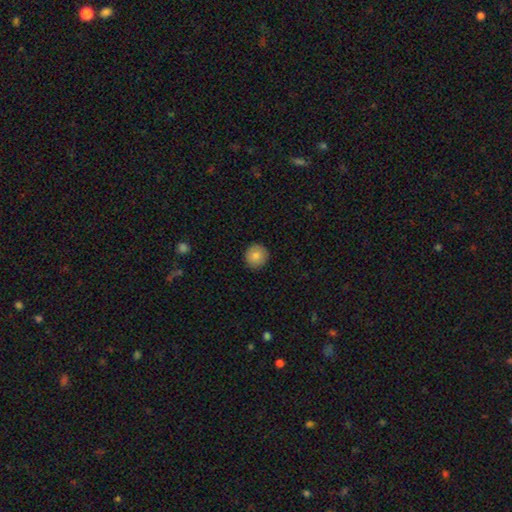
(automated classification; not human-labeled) This appears to be a smooth galaxy with no disk features (83%) that is round (94%). Merging: none (92%).